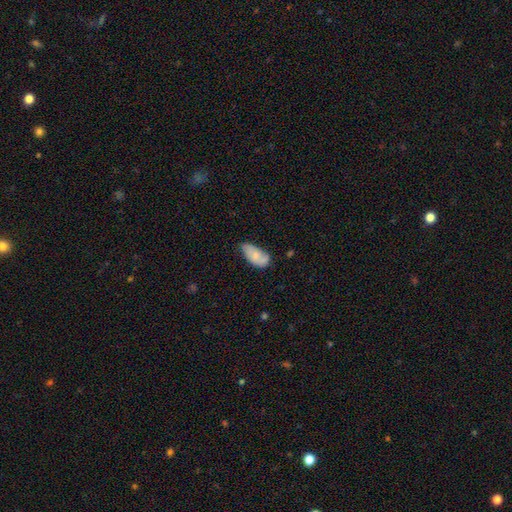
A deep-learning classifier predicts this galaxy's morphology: Smooth or featured?
  - smooth: 65% *
  - featured or disk: 28%
  - star or artifact: 7%
How rounded?
  - in between: 93% *
  - cigar-shaped: 4%
  - round: 3%
Merging?
  - minor disturbance: 43% *
  - none: 42%
  - major disturbance: 12%
  - merger: 3%